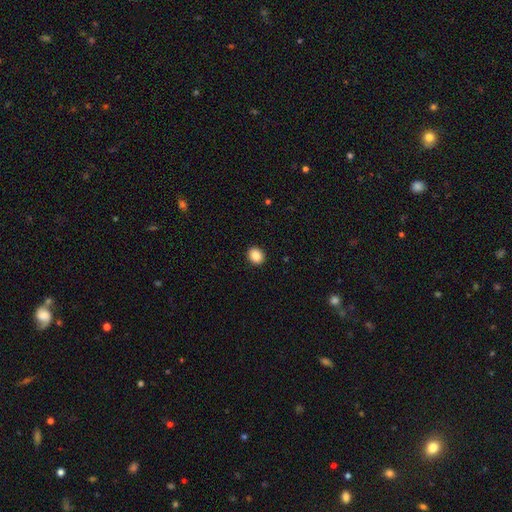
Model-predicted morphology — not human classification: The model was most divided on "how rounded": round: 64%, in between: 35%, cigar-shaped: 1%. More confident: merging — none (92%); smooth or featured — smooth (87%).